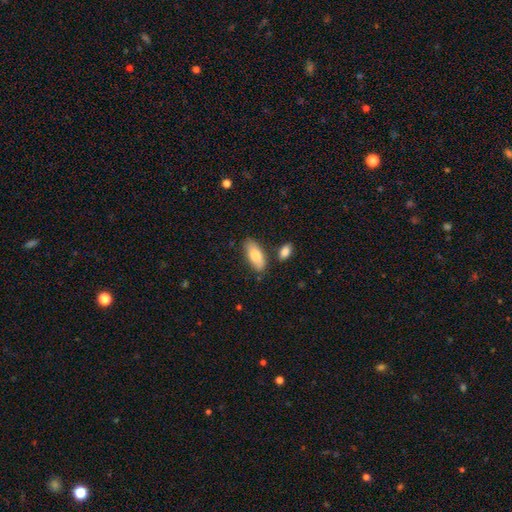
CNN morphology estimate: Overall: smooth (81%). How rounded: in between (86%). Merging: none (76%).